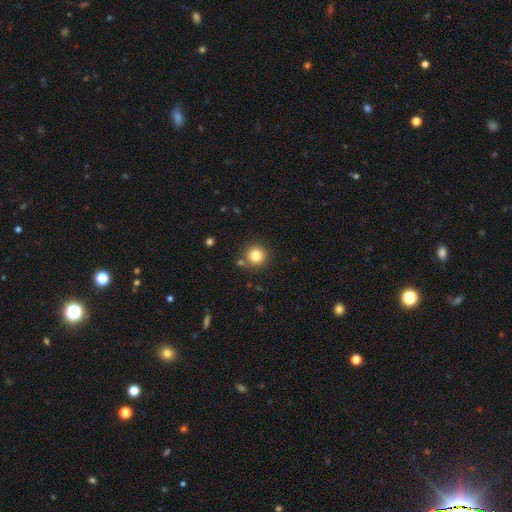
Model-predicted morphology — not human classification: Smooth or featured: smooth — 81% (star or artifact — 12%)
How rounded: round — 95% (in between — 4%)
Merging: none — 83% (minor disturbance — 8%)